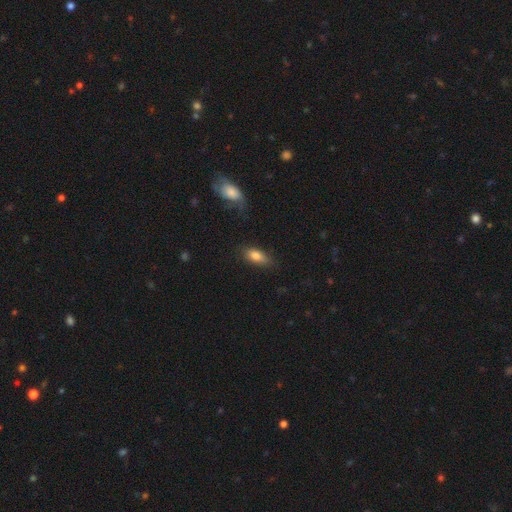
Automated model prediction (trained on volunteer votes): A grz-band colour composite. It shows a smooth galaxy with no disk features (81%) that is in between round and cigar-shaped (84%). Merging: none (72%).